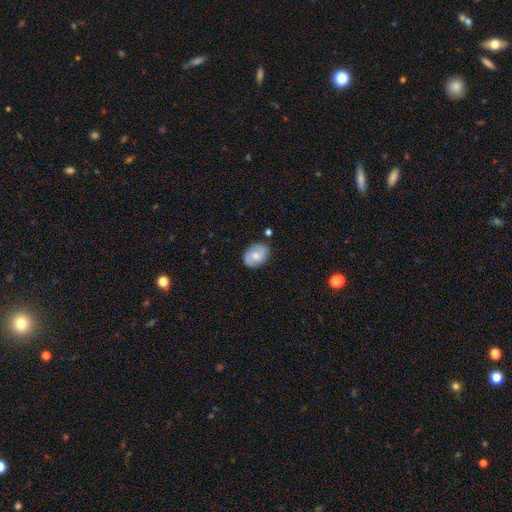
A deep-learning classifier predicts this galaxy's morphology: smooth_or_featured: smooth (p=0.54) [alt: featured or disk p=0.39]
how_rounded: in between (p=0.72) [alt: round p=0.27]
merging: none (p=0.79) [alt: minor disturbance p=0.15]